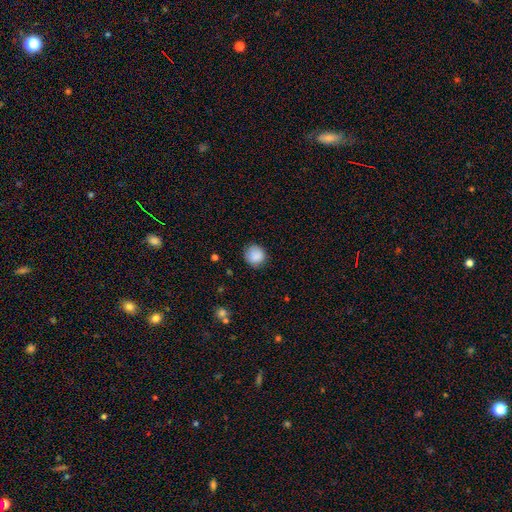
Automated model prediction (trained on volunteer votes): smooth 88%, star or artifact 8%, featured or disk 4%. Down the decision tree: how rounded — round (89%); merging — none (85%).